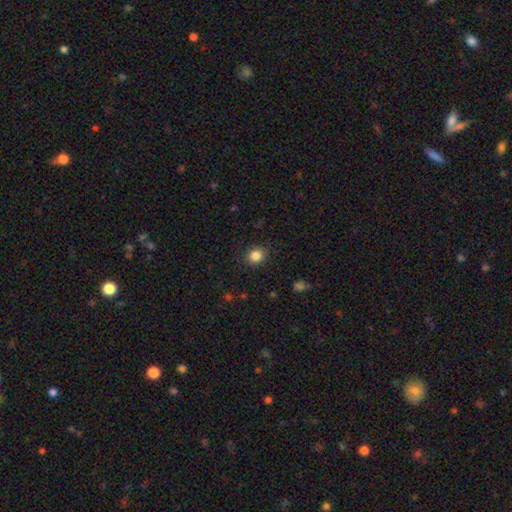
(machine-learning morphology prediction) smooth-or-featured: smooth: 85% | star or artifact: 11% | featured or disk: 5%
  how-rounded: round: 73% | in between: 26% | cigar-shaped: 1%
  merging: none: 89% | minor disturbance: 8% | major disturbance: 2% | merger: 1%